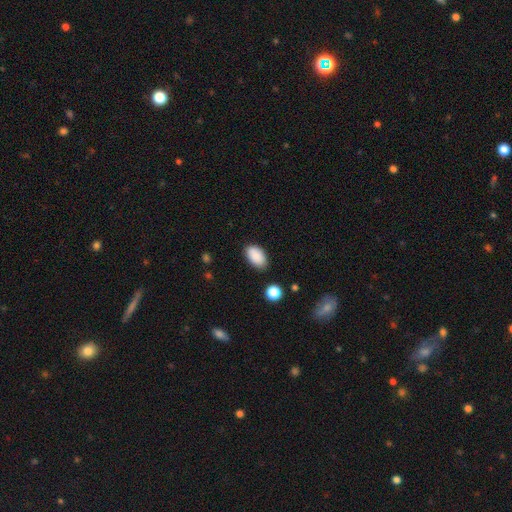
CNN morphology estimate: type=smooth (89%); roundness=in between (93%); merging=none (82%).